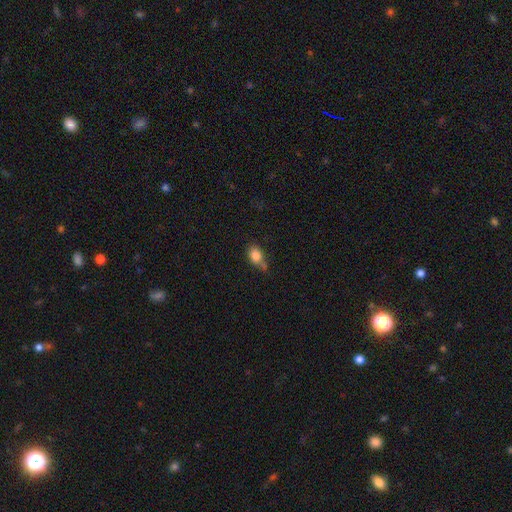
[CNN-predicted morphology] The model was most divided on "merging": none: 47%, minor disturbance: 30%, merger: 15%, major disturbance: 8%. More confident: smooth or featured — smooth (82%); how rounded — in between (64%).